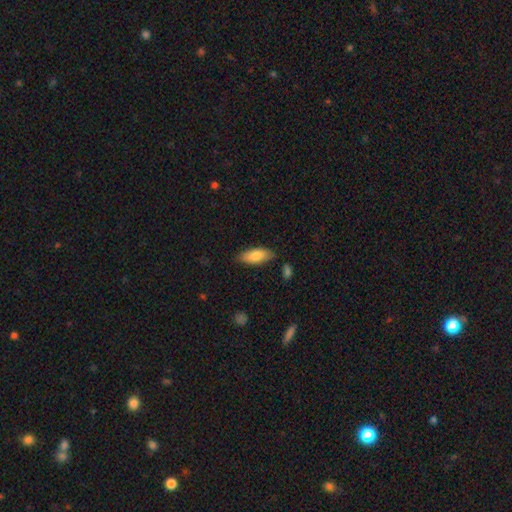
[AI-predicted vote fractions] smooth 80%, featured or disk 14%, star or artifact 6%. Down the decision tree: how rounded — in between (77%); merging — none (80%).